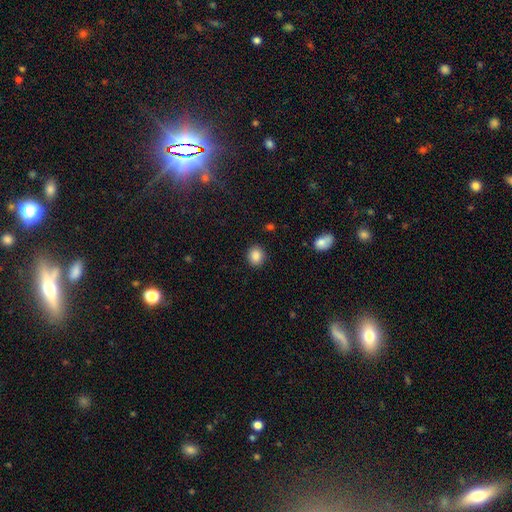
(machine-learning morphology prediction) Smooth or featured? Predicted: smooth (p=0.87). How rounded? Predicted: round (p=0.77). Merging? Predicted: none (p=0.90).